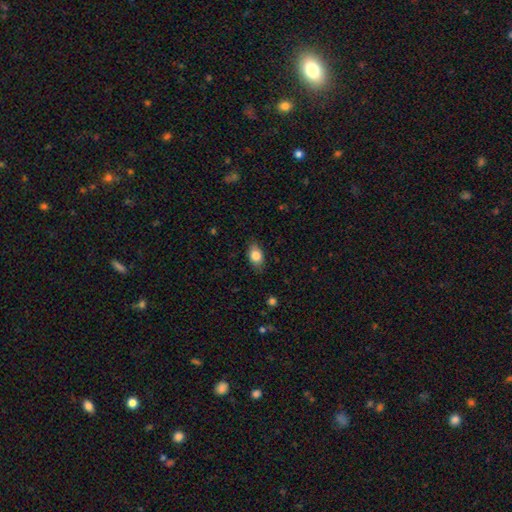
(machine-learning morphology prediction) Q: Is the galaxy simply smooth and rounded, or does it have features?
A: smooth — 82%.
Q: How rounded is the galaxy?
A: in between — 84%.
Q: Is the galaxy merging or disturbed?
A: none — 82%.